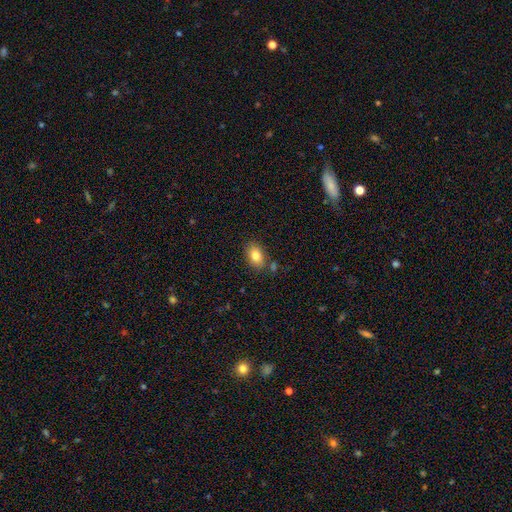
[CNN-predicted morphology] Smooth or featured? smooth (81%)
How rounded? in between (81%)
Merging? none (78%)